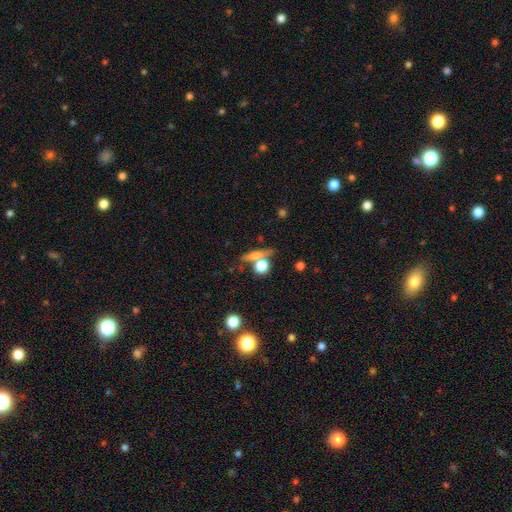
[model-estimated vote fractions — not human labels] Q: Smooth or featured?
A: smooth (55%); runner-up: featured or disk (33%)
Q: How rounded?
A: cigar-shaped (48%); runner-up: round (32%)
Q: Merging?
A: none (63%); runner-up: merger (20%)